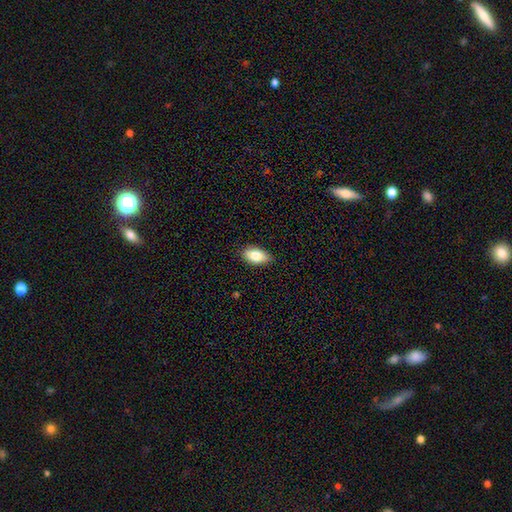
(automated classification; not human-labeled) Morphology: type=smooth (84%); roundness=in between (92%); merging=none (85%).